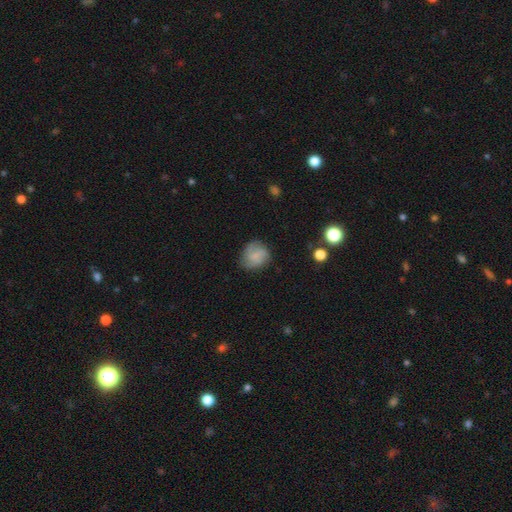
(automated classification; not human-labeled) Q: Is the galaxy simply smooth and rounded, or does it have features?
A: smooth — 61%.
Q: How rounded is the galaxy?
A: round — 71%.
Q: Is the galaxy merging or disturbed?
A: none — 67%.